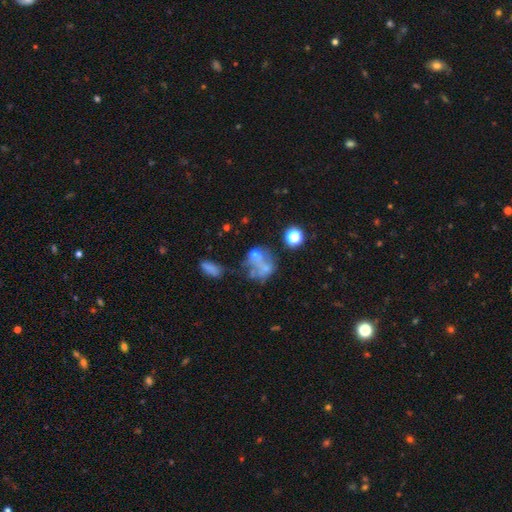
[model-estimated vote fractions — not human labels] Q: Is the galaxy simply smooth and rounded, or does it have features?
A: smooth — 41%, tied with featured or disk.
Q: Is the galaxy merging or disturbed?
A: merger — 34%.